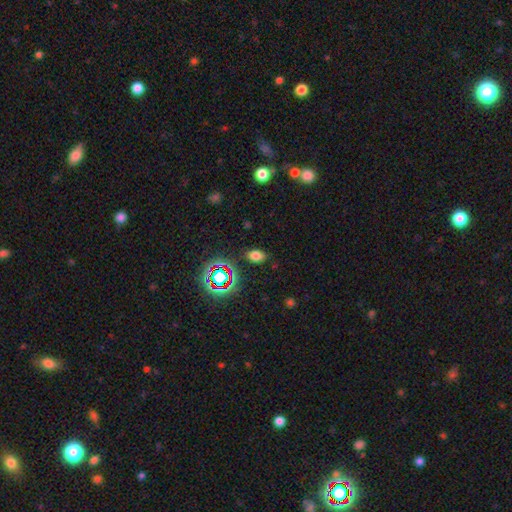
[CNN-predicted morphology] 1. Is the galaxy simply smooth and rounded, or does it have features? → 70% smooth, 21% star or artifact, 8% featured or disk.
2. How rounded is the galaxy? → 84% in between, 14% round, 2% cigar-shaped.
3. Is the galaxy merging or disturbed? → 85% none, 10% minor disturbance, 3% major disturbance, 2% merger.